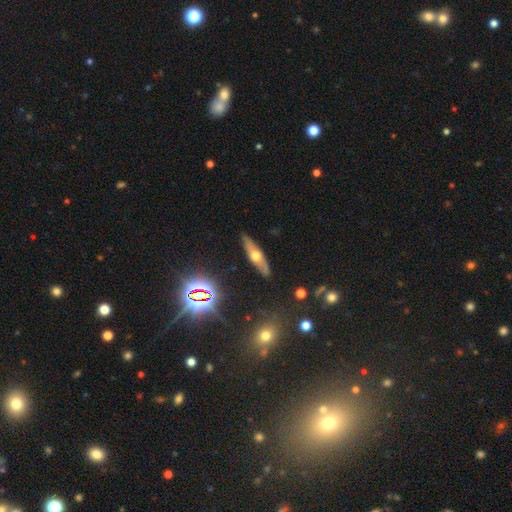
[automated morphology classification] Smooth or featured: featured or disk — 53% (smooth — 36%)
Edge-on disk: yes — 81% (no — 19%)
Merging: none — 86% (minor disturbance — 10%)